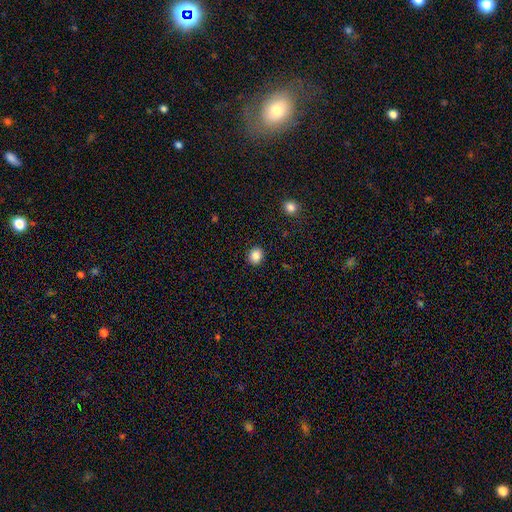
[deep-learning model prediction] Smooth or featured? Predicted: smooth (p=0.86). How rounded? Predicted: round (p=0.74). Merging? Predicted: none (p=0.91).